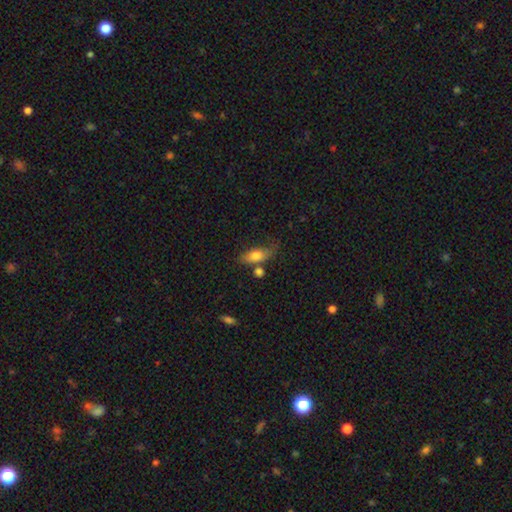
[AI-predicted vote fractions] Smooth or featured: smooth — 73% (featured or disk — 19%)
How rounded: in between — 78% (cigar-shaped — 16%)
Merging: none — 49% (minor disturbance — 23%)